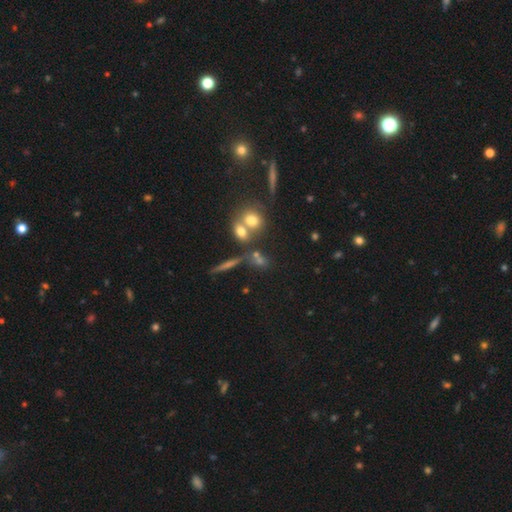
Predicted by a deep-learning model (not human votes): This is possibly a smooth galaxy (50%). How rounded: possibly round (55%). Merging: possibly none (54%).